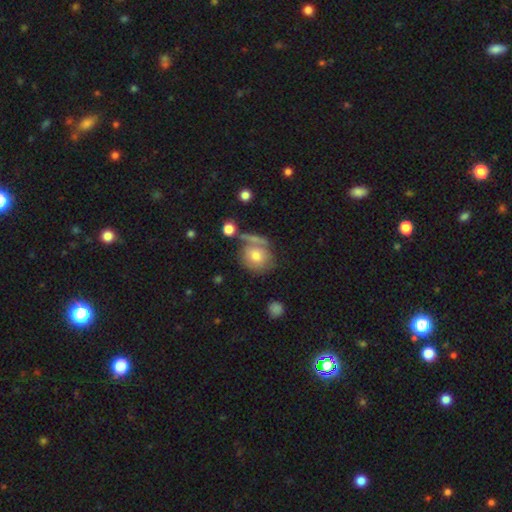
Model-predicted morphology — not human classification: type=smooth (68%); roundness=round (74%); merging=none (50%).